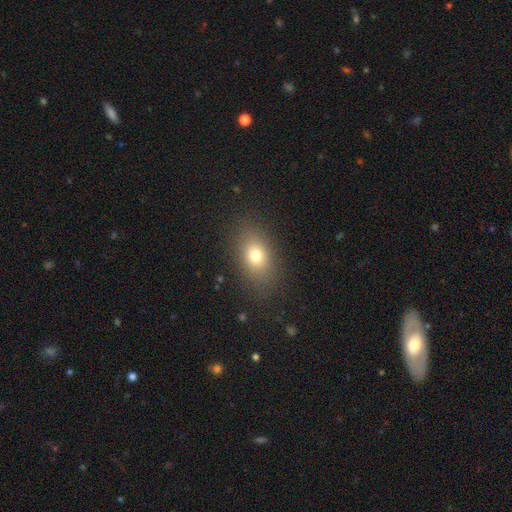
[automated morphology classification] Smooth or featured?
  - smooth: 75% *
  - star or artifact: 13%
  - featured or disk: 12%
How rounded?
  - in between: 77% *
  - round: 20%
  - cigar-shaped: 3%
Merging?
  - none: 85% *
  - minor disturbance: 10%
  - major disturbance: 4%
  - merger: 1%